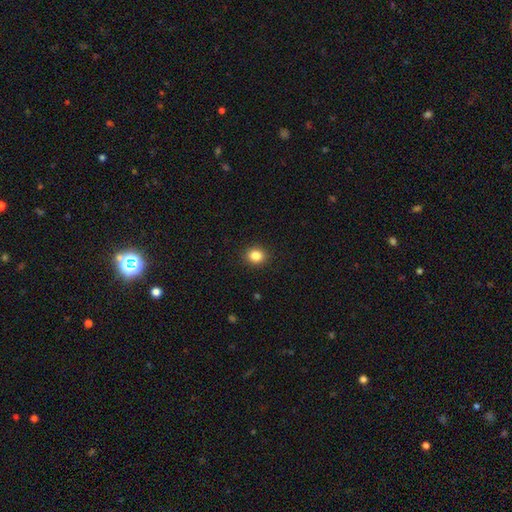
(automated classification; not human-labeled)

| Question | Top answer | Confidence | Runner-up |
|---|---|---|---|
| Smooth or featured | smooth | 85% | star or artifact (10%) |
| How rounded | round | 72% | in between (27%) |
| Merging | none | 91% | minor disturbance (6%) |